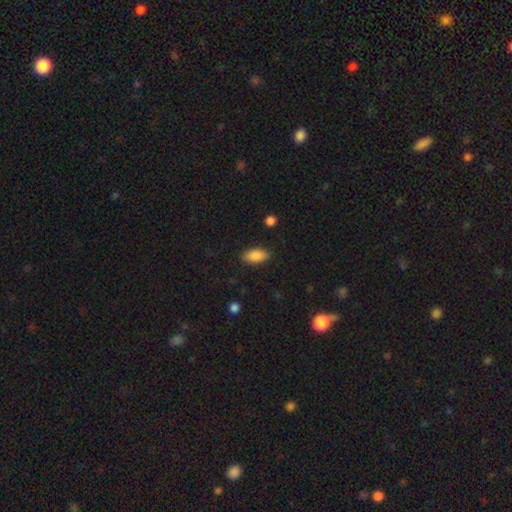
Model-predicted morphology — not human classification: Smooth or featured: smooth — 88% (star or artifact — 7%)
How rounded: in between — 91% (cigar-shaped — 6%)
Merging: none — 87% (minor disturbance — 9%)